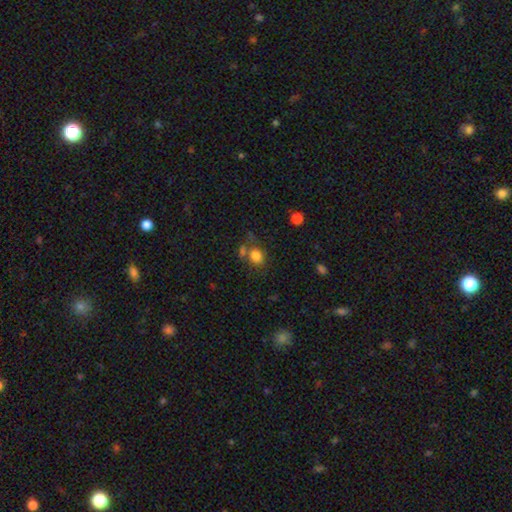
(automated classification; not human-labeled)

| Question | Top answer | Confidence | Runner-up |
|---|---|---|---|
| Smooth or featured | smooth | 80% | star or artifact (12%) |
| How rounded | round | 62% | in between (37%) |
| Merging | none | 56% | merger (22%) |